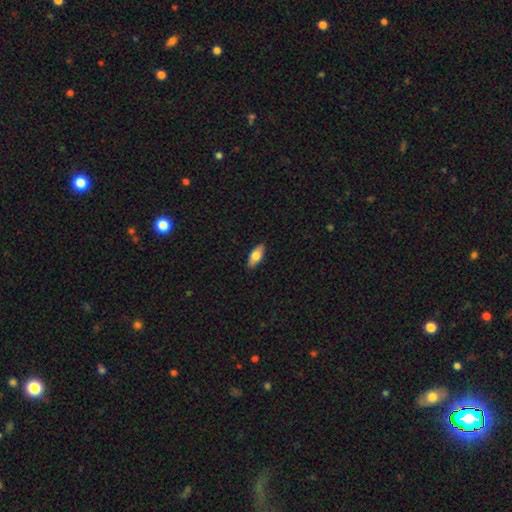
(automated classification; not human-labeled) smooth_or_featured: smooth (p=0.71) [alt: featured or disk p=0.23]
how_rounded: in between (p=0.81) [alt: cigar-shaped p=0.16]
merging: none (p=0.89) [alt: minor disturbance p=0.08]